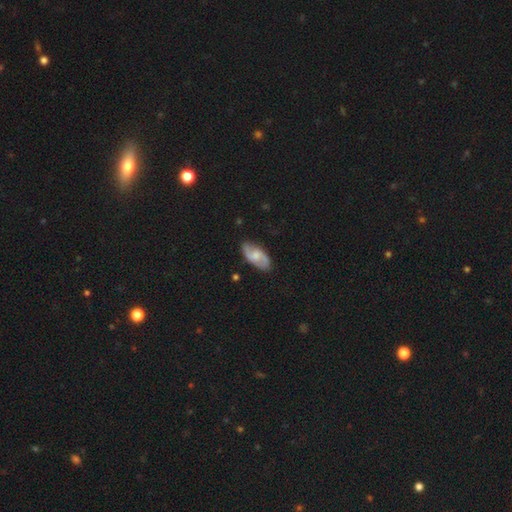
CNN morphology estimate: smooth_or_featured: featured or disk (p=0.64) [alt: smooth p=0.30]
disk_edge_on: no (p=0.94) [alt: yes p=0.06]
bar: no (p=0.50) [alt: weak p=0.43]
has_spiral_arms: yes (p=0.91) [alt: no p=0.09]
spiral_winding: medium (p=0.44) [alt: loose p=0.39]
spiral_arm_count: 2 (p=0.89) [alt: can't tell p=0.07]
bulge_size: moderate (p=0.47) [alt: small p=0.32]
merging: none (p=0.83) [alt: minor disturbance p=0.13]